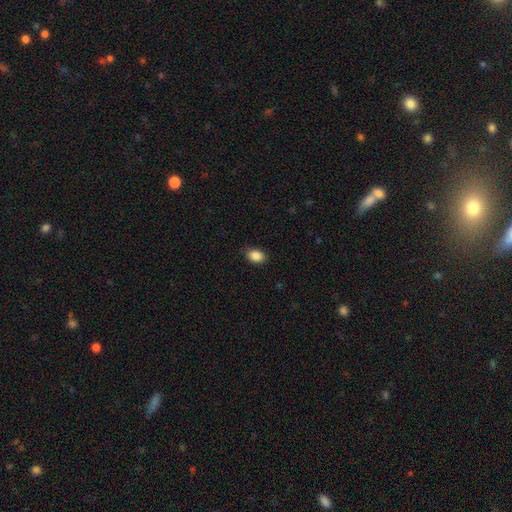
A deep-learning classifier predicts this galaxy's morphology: smooth_or_featured: smooth (p=0.88) [alt: star or artifact p=0.08]
how_rounded: in between (p=0.78) [alt: round p=0.21]
merging: none (p=0.85) [alt: minor disturbance p=0.11]